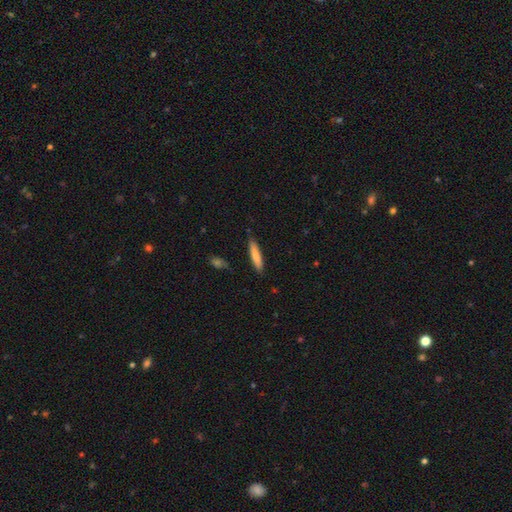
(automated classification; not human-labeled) The model was most divided on "smooth or featured": smooth: 77%, featured or disk: 17%, star or artifact: 6%. More confident: how rounded — cigar-shaped (87%); merging — none (86%).